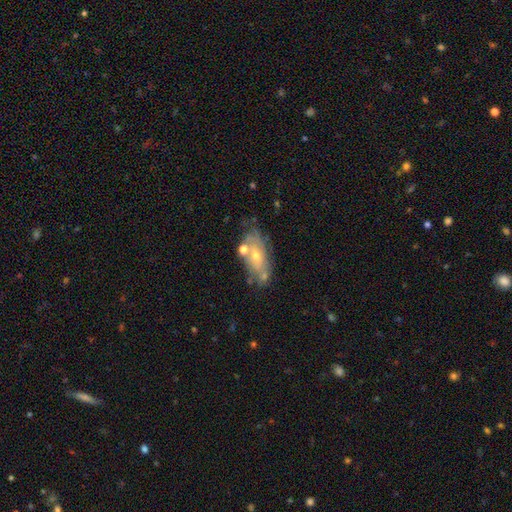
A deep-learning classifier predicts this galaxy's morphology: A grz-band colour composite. It shows a featured or disk galaxy (58%) with no bar (76%), spiral arms (52%) and a small central bulge (57%). Merging: none (55%).